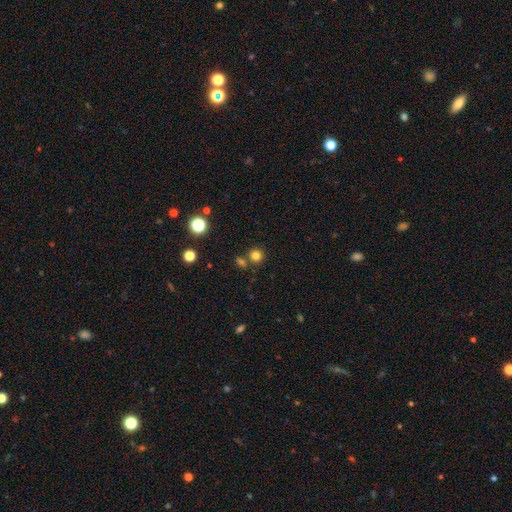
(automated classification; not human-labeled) Q: Smooth or featured?
A: smooth (79%); runner-up: star or artifact (16%)
Q: How rounded?
A: round (93%); runner-up: in between (6%)
Q: Merging?
A: none (74%); runner-up: merger (16%)